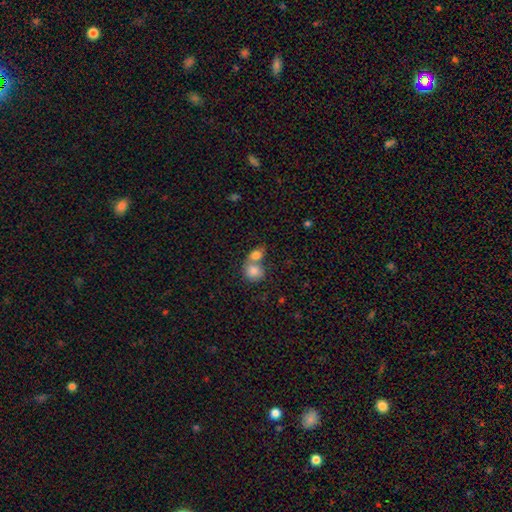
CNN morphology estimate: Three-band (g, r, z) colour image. It shows a smooth galaxy with no disk features (81%) that is round (55%). Merging: merger (65%).